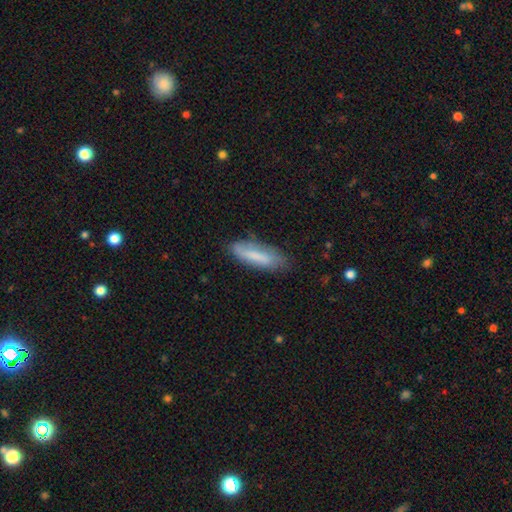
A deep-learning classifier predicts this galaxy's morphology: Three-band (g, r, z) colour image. It shows a smooth galaxy with no disk features (70%) that is cigar-shaped (52%). Merging: none (68%).